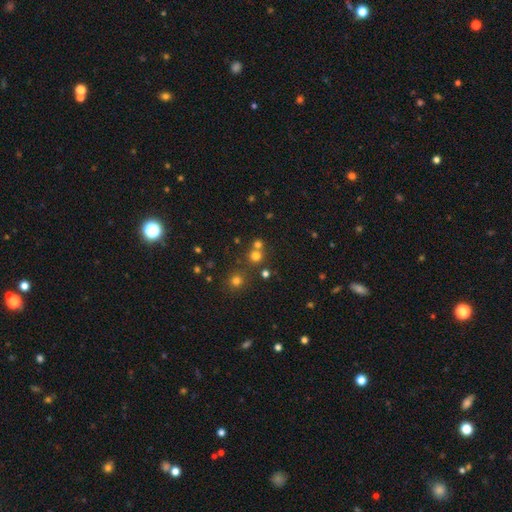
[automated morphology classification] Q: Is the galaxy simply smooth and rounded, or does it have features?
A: smooth — 68%.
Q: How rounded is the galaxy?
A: round — 90%.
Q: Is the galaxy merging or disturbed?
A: none — 63%.